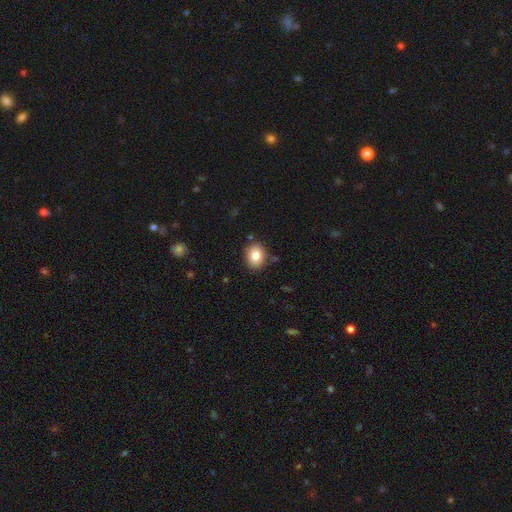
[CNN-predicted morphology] smooth_or_featured: smooth (p=0.82) [alt: featured or disk p=0.09]
how_rounded: in between (p=0.53) [alt: round p=0.46]
merging: none (p=0.85) [alt: minor disturbance p=0.10]